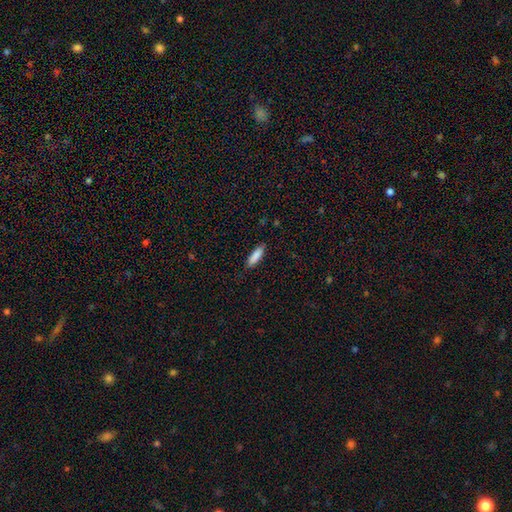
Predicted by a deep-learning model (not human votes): Overall: smooth (86%). How rounded: cigar-shaped (60%; in between 39%). Merging: none (85%).